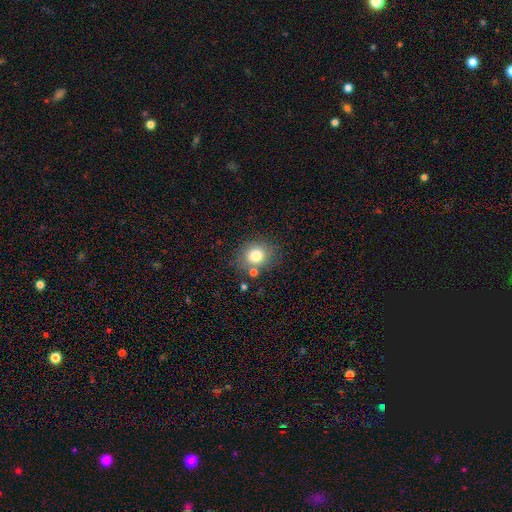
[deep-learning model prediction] This appears to be a smooth galaxy with no disk features (78%) that is round (72%). Merging: none (74%).